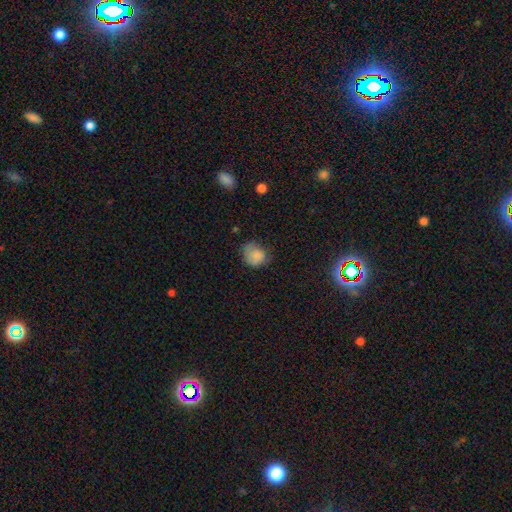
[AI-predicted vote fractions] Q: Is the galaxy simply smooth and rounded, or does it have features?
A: smooth — 77%.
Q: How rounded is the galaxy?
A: round — 62%.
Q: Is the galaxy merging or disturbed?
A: none — 46%.